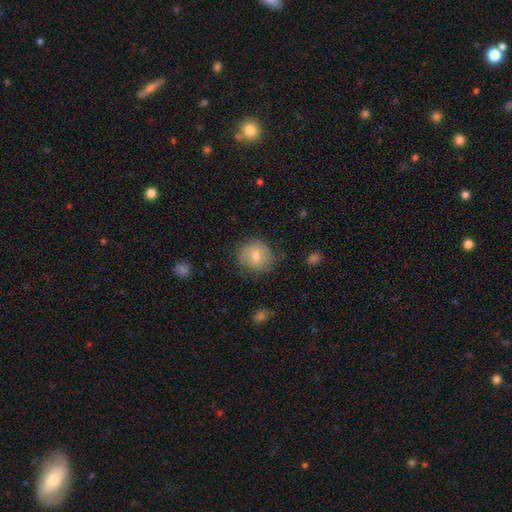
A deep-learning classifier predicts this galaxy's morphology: Q: Smooth or featured?
A: smooth (73%); runner-up: featured or disk (18%)
Q: How rounded?
A: round (88%); runner-up: in between (11%)
Q: Merging?
A: none (77%); runner-up: minor disturbance (17%)